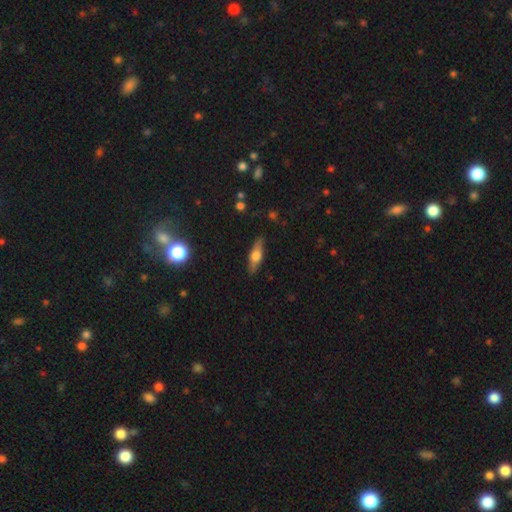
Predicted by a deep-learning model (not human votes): A smooth galaxy with no disk features (47%). Merging: none (86%).